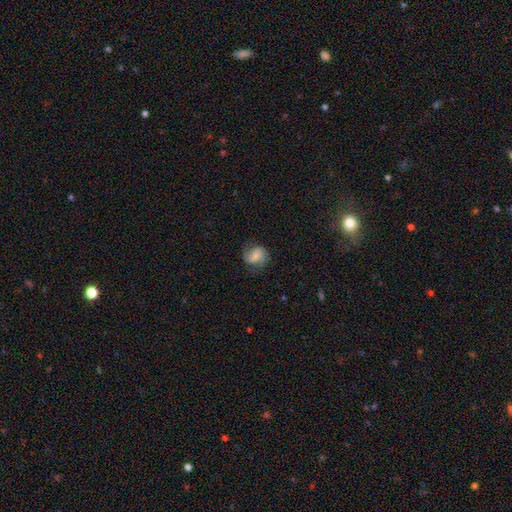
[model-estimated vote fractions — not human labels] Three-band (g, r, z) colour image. It shows a featured or disk galaxy (51%). Merging: none (71%).